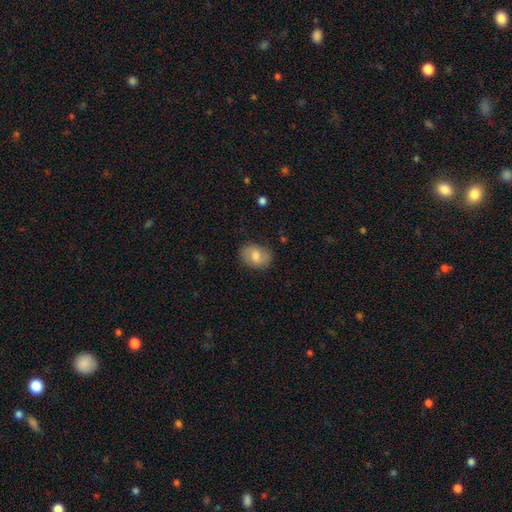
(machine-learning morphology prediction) Overall: smooth (69%). How rounded: in between (73%). Merging: none (78%).